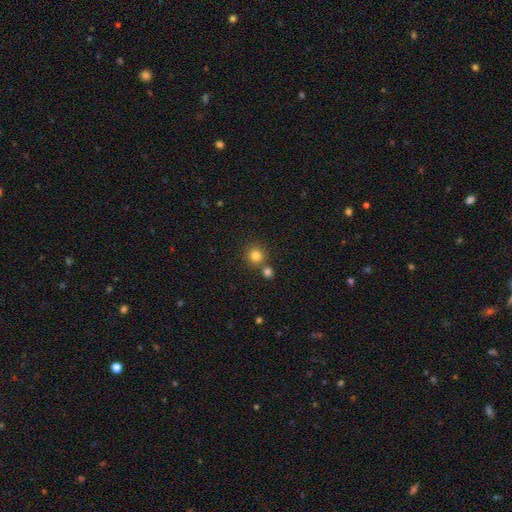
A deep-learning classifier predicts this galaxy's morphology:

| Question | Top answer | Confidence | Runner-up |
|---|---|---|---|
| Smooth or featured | smooth | 82% | star or artifact (12%) |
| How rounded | round | 92% | in between (7%) |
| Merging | none | 70% | merger (19%) |